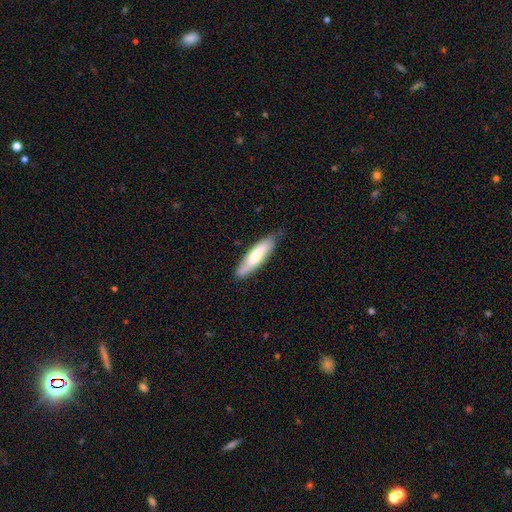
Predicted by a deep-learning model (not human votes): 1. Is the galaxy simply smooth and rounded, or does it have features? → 65% smooth, 30% featured or disk, 5% star or artifact.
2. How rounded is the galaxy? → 65% cigar-shaped, 34% in between, 1% round.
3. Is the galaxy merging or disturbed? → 77% none, 19% minor disturbance, 3% major disturbance, 1% merger.